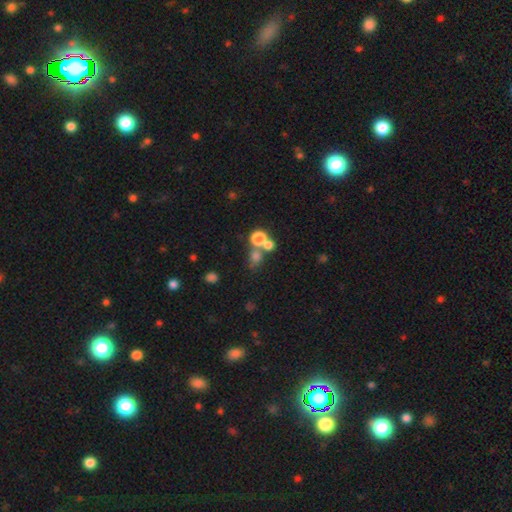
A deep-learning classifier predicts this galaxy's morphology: smooth-or-featured: smooth: 63% | star or artifact: 25% | featured or disk: 12%
  how-rounded: round: 81% | in between: 18% | cigar-shaped: 1%
  merging: none: 49% | merger: 38% | minor disturbance: 8% | major disturbance: 5%